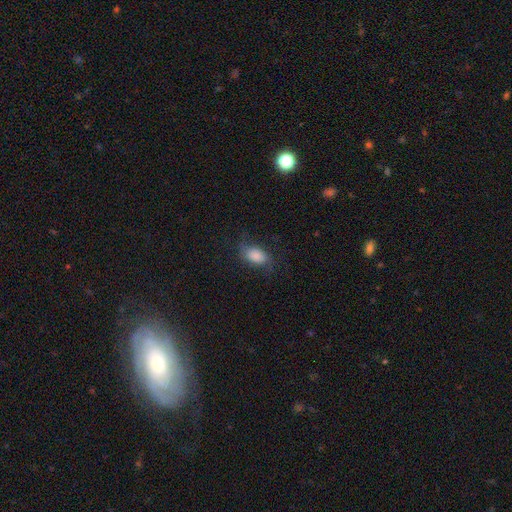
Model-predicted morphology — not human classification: Smooth or featured? smooth (73%)
How rounded? in between (89%)
Merging? none (63%)